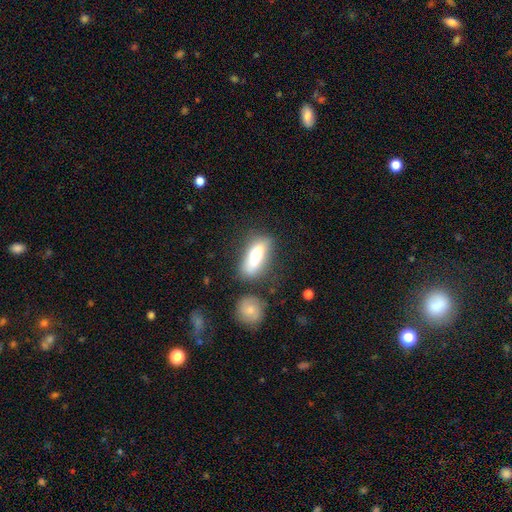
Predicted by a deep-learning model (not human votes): smooth 74%, featured or disk 18%, star or artifact 7%. Down the decision tree: how rounded — in between (64%); merging — none (64%).